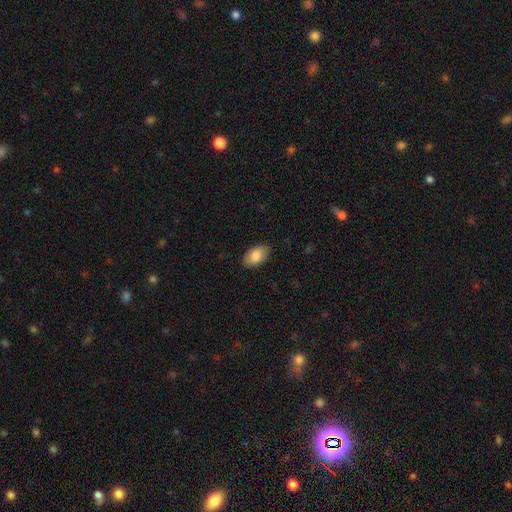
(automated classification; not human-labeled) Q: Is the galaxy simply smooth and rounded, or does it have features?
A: smooth — 84%.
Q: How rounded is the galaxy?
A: in between — 94%.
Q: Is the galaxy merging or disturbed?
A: none — 86%.